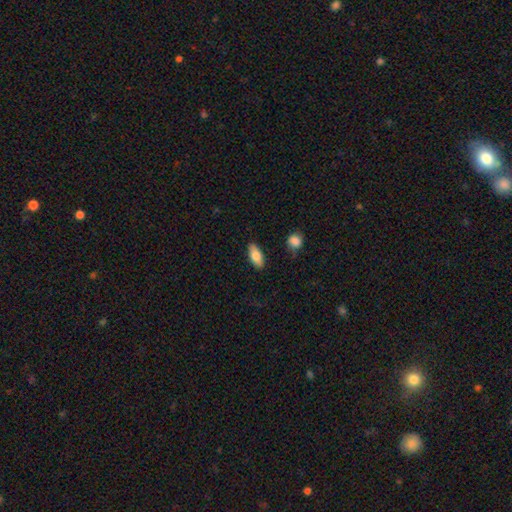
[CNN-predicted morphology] smooth_or_featured: smooth (p=0.78) [alt: featured or disk p=0.16]
how_rounded: in between (p=0.84) [alt: cigar-shaped p=0.13]
merging: none (p=0.86) [alt: minor disturbance p=0.10]